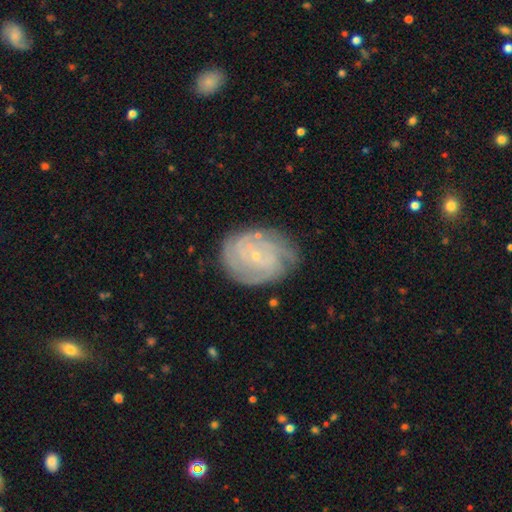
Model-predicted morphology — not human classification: This is likely a featured or disk galaxy (78%). It is clearly not viewed edge-on (97%). Bar: likely no (65%). Spiral arm pattern: clearly yes (94%). Spiral arm count: marginally can't tell (36%). Spiral winding: likely tight (74%). Central bulge: clearly small (85%). Merging: likely none (75%).